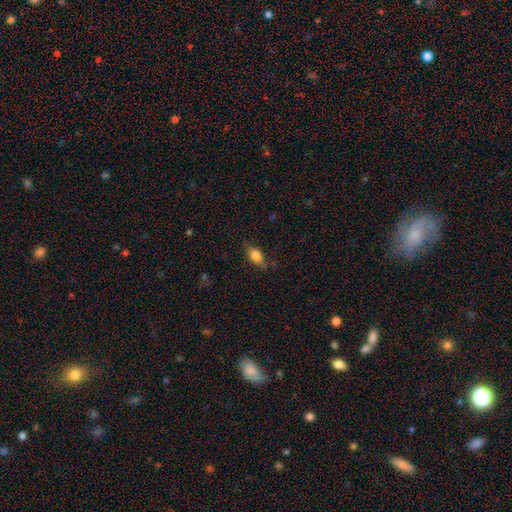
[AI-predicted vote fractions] Smooth or featured? Predicted: smooth (p=0.78). How rounded? Predicted: in between (p=0.85). Merging? Predicted: none (p=0.72).